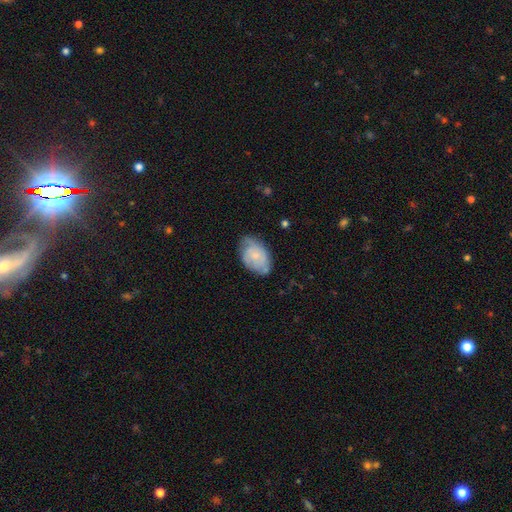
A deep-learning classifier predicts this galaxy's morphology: A featured or disk galaxy (52%) with no bar (79%), spiral arms (80%) and a small central bulge (68%). Merging: none (63%).